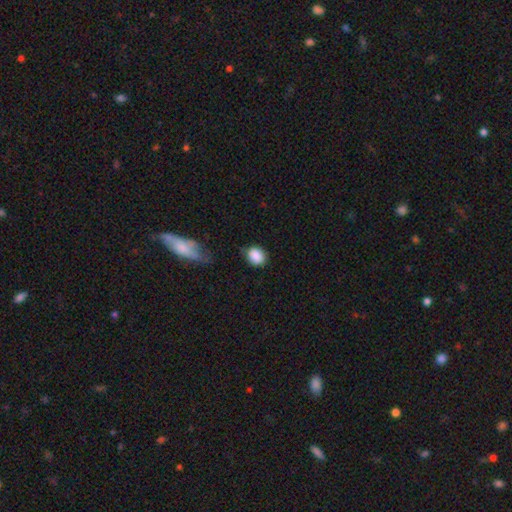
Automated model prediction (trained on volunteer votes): smooth_or_featured: smooth (p=0.88) [alt: star or artifact p=0.08]
how_rounded: round (p=0.53) [alt: in between p=0.45]
merging: none (p=0.69) [alt: minor disturbance p=0.22]